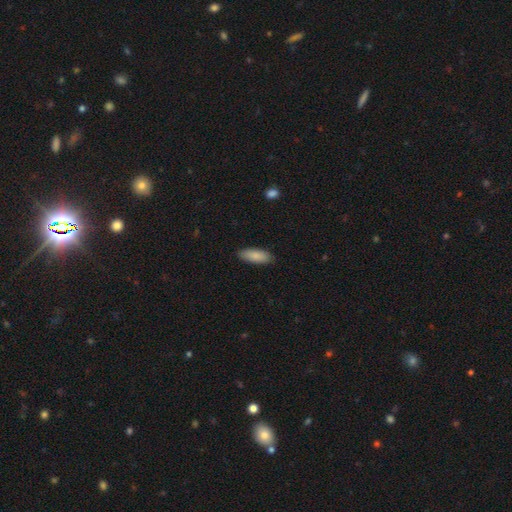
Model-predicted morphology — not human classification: smooth_or_featured: smooth (p=0.87) [alt: featured or disk p=0.07]
how_rounded: in between (p=0.73) [alt: cigar-shaped p=0.25]
merging: none (p=0.87) [alt: minor disturbance p=0.10]